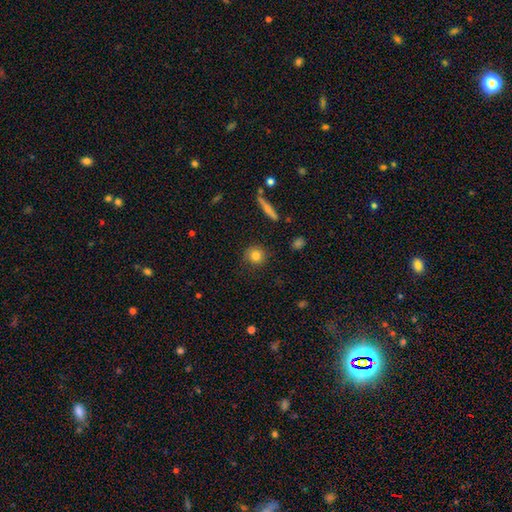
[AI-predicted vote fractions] This is clearly a smooth galaxy (80%). How rounded: clearly round (90%). Merging: clearly none (85%).